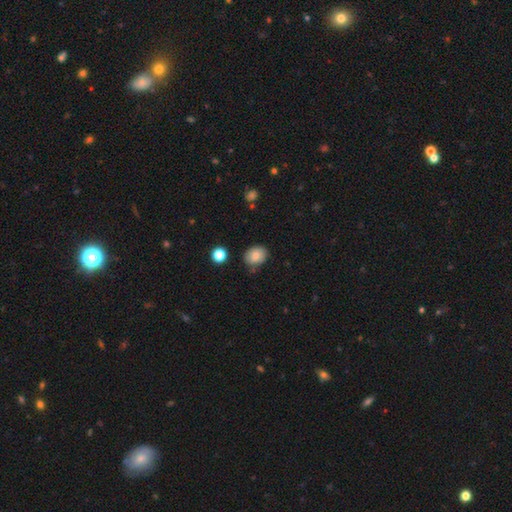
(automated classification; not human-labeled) Overall: smooth (82%). How rounded: in between (51%; round 48%). Merging: none (78%).